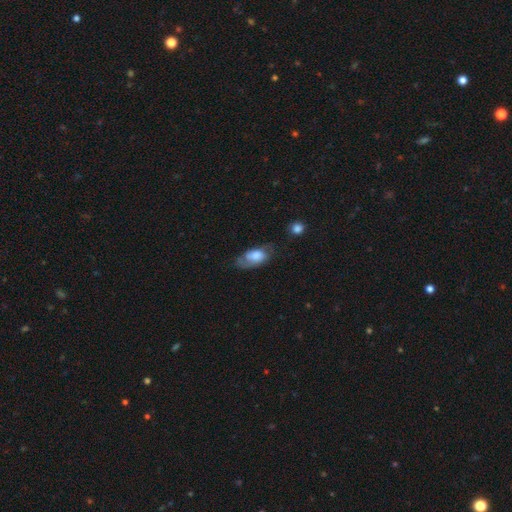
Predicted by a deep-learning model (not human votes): Smooth or featured? Predicted: smooth (p=0.58). How rounded? Predicted: in between (p=0.89). Merging? Predicted: none (p=0.46).